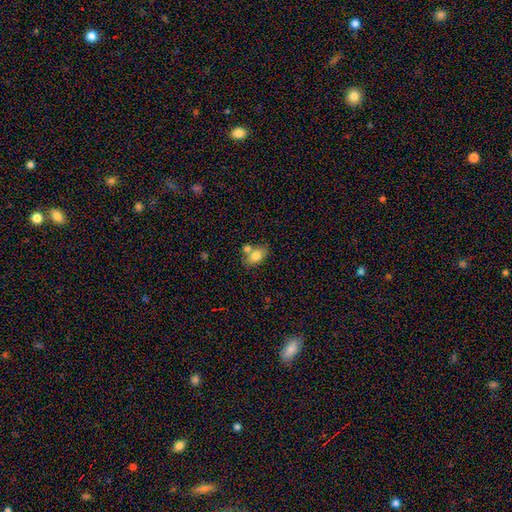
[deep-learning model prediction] Smooth or featured?
  - smooth: 78% *
  - featured or disk: 14%
  - star or artifact: 8%
How rounded?
  - in between: 84% *
  - round: 14%
  - cigar-shaped: 2%
Merging?
  - none: 54% *
  - merger: 29%
  - minor disturbance: 13%
  - major disturbance: 4%